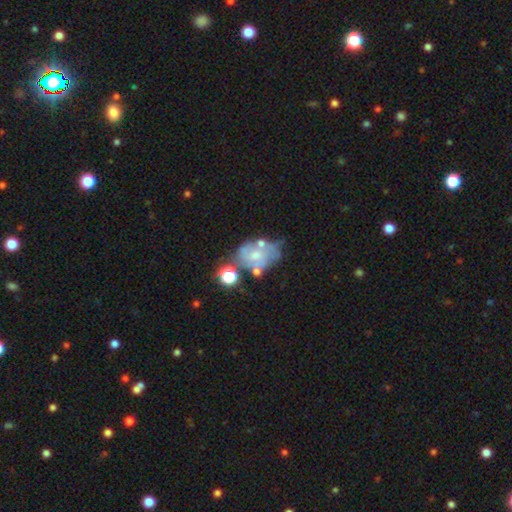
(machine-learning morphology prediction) Smooth or featured? featured or disk (61%)
Edge-on disk? no (97%)
Bar? no (76%)
Spiral arms? no (51%)
Bulge size? small (47%)
Merging? none (36%)